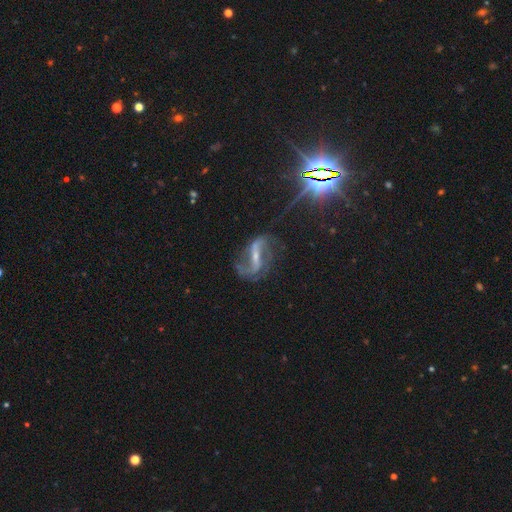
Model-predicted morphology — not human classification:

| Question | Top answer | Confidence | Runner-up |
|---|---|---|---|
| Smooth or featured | featured or disk | 80% | star or artifact (15%) |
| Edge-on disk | no | 94% | yes (6%) |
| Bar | strong | 62% | weak (27%) |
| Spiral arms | yes | 94% | no (6%) |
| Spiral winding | loose | 59% | medium (32%) |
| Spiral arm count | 2 | 90% | can't tell (4%) |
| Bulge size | small | 62% | moderate (23%) |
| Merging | none | 67% | minor disturbance (17%) |